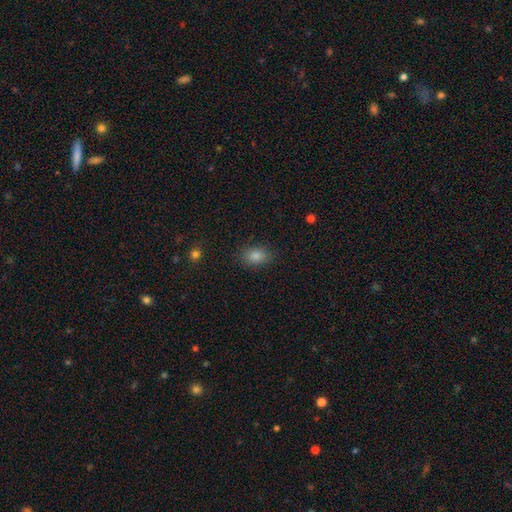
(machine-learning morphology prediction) This appears to be a smooth galaxy with no disk features (82%) that is in between round and cigar-shaped (77%). Merging: none (86%).